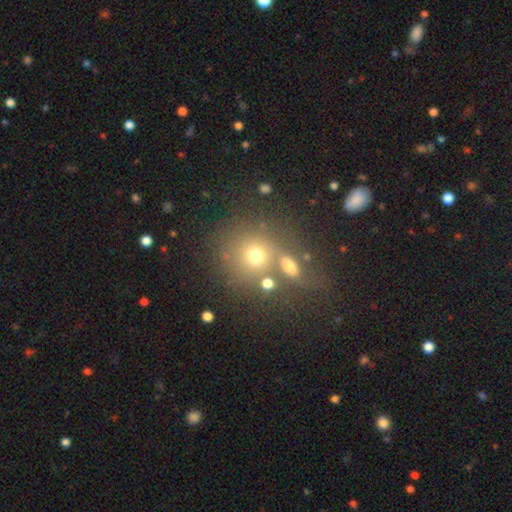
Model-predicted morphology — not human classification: Smooth or featured? smooth (69%)
How rounded? round (85%)
Merging? none (57%)